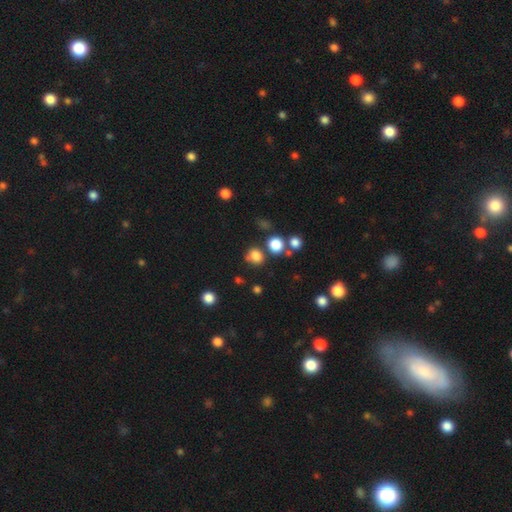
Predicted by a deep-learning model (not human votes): Smooth or featured?
  - smooth: 78% *
  - star or artifact: 15%
  - featured or disk: 6%
How rounded?
  - round: 71% *
  - in between: 28%
  - cigar-shaped: 1%
Merging?
  - none: 68% *
  - minor disturbance: 14%
  - merger: 12%
  - major disturbance: 5%